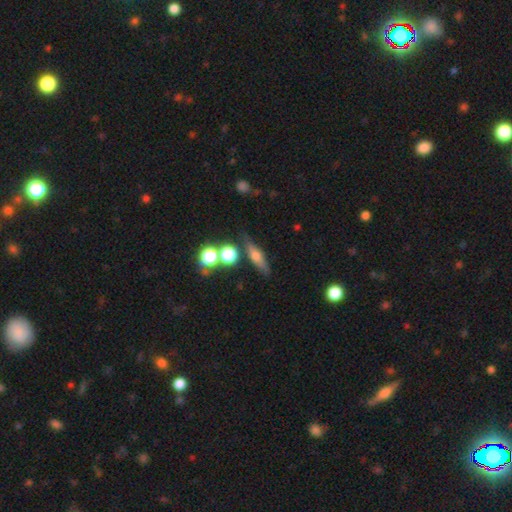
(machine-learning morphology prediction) The model was most divided on "smooth or featured": smooth: 51%, featured or disk: 38%, star or artifact: 12%. More confident: merging — none (73%); how rounded — cigar-shaped (51%).